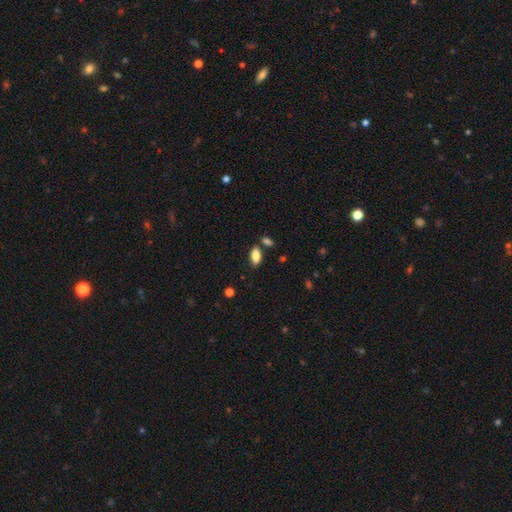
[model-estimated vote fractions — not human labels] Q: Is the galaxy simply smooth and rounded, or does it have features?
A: smooth — 86%.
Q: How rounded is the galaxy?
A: in between — 85%.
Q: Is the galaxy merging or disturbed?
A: none — 78%.